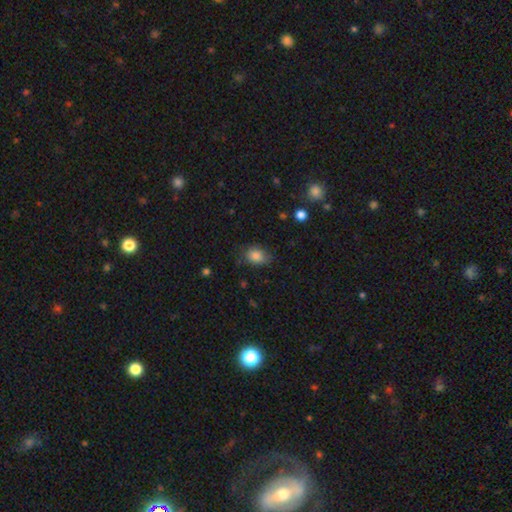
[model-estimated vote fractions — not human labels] This is clearly a smooth galaxy (85%). How rounded: likely in between (64%). Merging: likely none (69%).